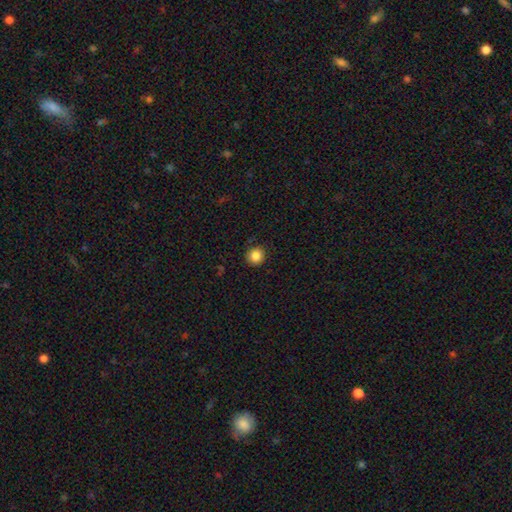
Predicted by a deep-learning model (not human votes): Smooth or featured? Predicted: smooth (p=0.86). How rounded? Predicted: round (p=0.92). Merging? Predicted: none (p=0.87).